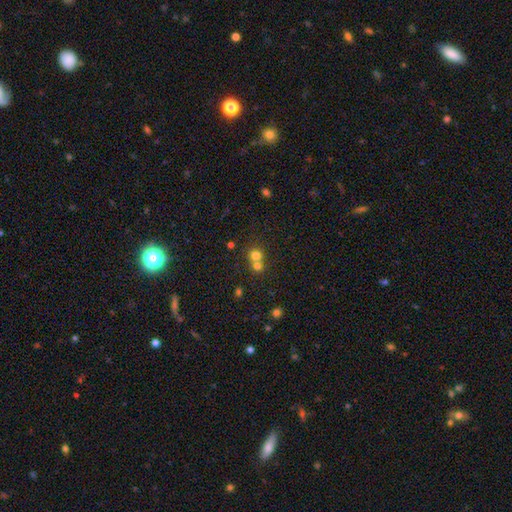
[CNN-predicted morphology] smooth_or_featured: smooth (p=0.73) [alt: star or artifact p=0.17]
how_rounded: round (p=0.87) [alt: in between p=0.13]
merging: merger (p=0.51) [alt: none p=0.42]